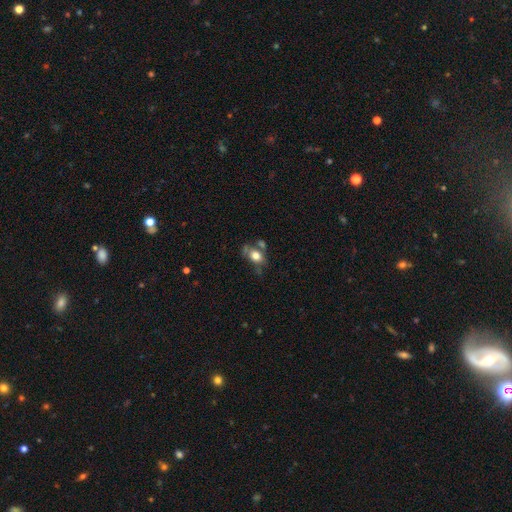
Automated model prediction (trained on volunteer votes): smooth_or_featured: smooth (p=0.70) [alt: featured or disk p=0.20]
how_rounded: in between (p=0.73) [alt: round p=0.24]
merging: none (p=0.45) [alt: merger p=0.22]